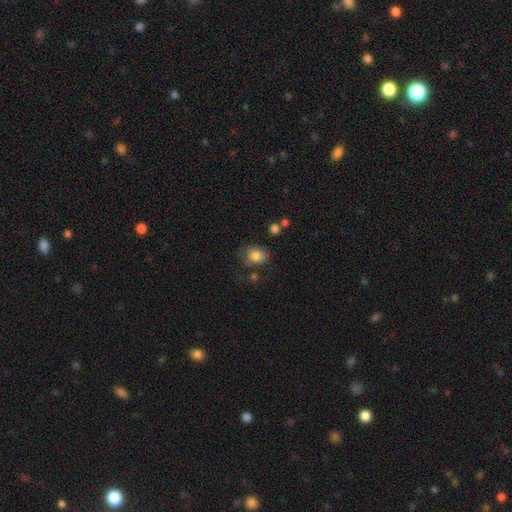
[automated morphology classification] Smooth or featured?
  - smooth: 81% *
  - featured or disk: 10%
  - star or artifact: 9%
How rounded?
  - in between: 57% *
  - round: 42%
  - cigar-shaped: 1%
Merging?
  - none: 55% *
  - minor disturbance: 26%
  - major disturbance: 13%
  - merger: 7%